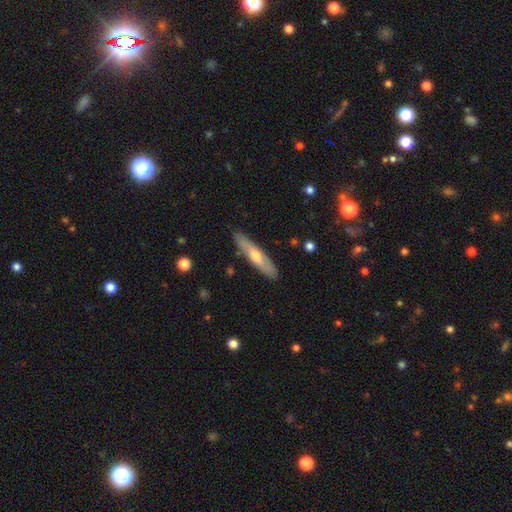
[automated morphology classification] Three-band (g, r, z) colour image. It shows a smooth galaxy with no disk features (47%, tied with featured or disk). Merging: none (85%).